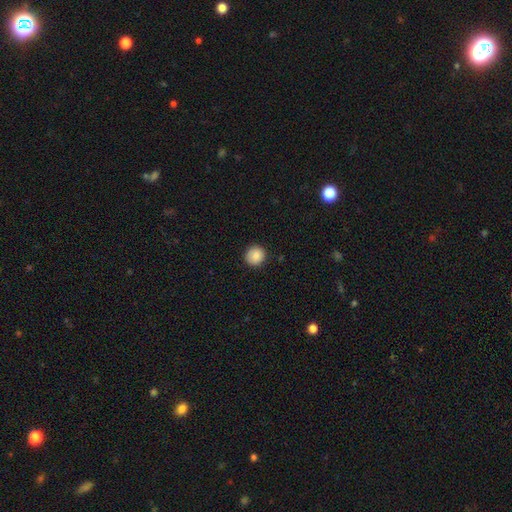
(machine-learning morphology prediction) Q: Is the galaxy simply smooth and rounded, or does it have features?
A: smooth — 85%.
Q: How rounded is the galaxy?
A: round — 92%.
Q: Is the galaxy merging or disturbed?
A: none — 90%.